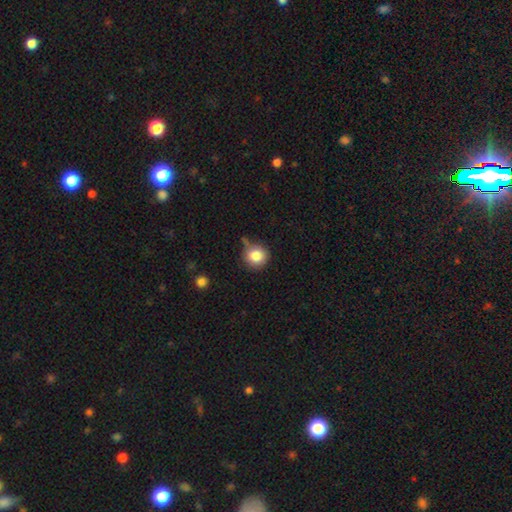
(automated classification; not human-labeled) A smooth galaxy with no disk features (83%) that is round (92%).

Vote fractions:
- Smooth or featured? smooth: 83% / star or artifact: 10% / featured or disk: 7%
- How rounded? round: 92% / in between: 7% / cigar-shaped: 1%
- Merging? none: 67% / minor disturbance: 20% / merger: 8% / major disturbance: 5%